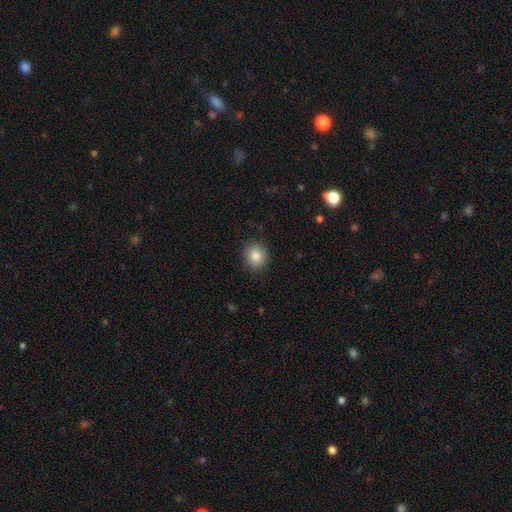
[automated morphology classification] Smooth or featured?
  - smooth: 85% *
  - star or artifact: 9%
  - featured or disk: 5%
How rounded?
  - round: 75% *
  - in between: 24%
  - cigar-shaped: 1%
Merging?
  - none: 89% *
  - minor disturbance: 8%
  - major disturbance: 2%
  - merger: 1%